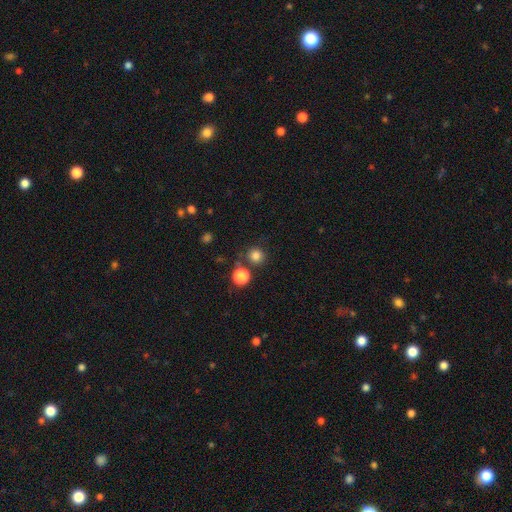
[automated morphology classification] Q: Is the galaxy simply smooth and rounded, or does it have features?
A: smooth — 81%.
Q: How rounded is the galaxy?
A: round — 92%.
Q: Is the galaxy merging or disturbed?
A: none — 79%.